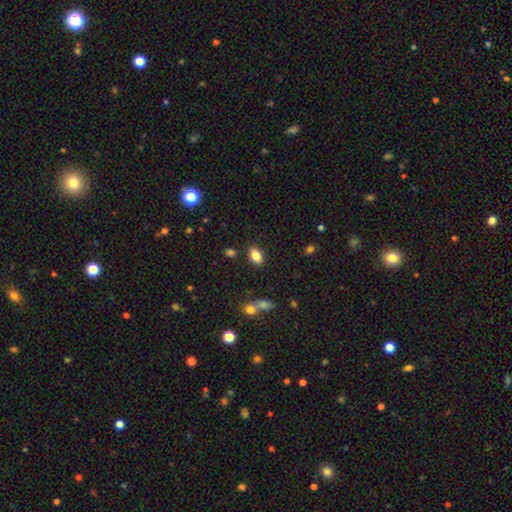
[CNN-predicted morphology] This is clearly a smooth galaxy (83%). How rounded: clearly in between (87%). Merging: clearly none (84%).